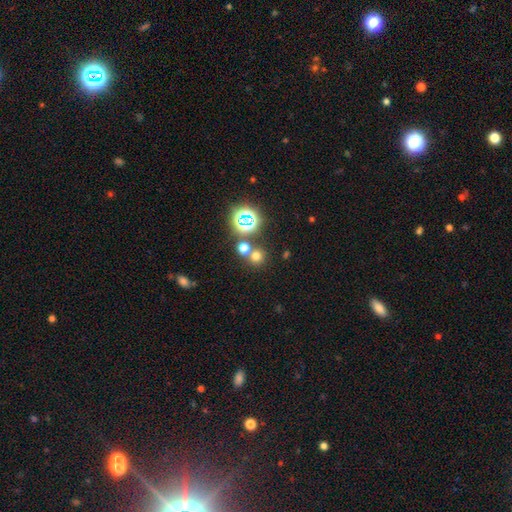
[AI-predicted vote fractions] The model was most divided on "smooth or featured": smooth: 64%, star or artifact: 29%, featured or disk: 8%. More confident: how rounded — round (89%); merging — none (67%).